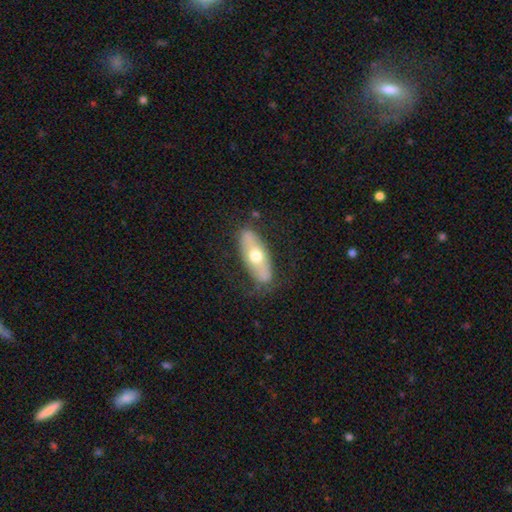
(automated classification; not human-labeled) Smooth or featured? Predicted: featured or disk (p=0.52). Edge-on disk? Predicted: no (p=0.66). Merging? Predicted: none (p=0.78).